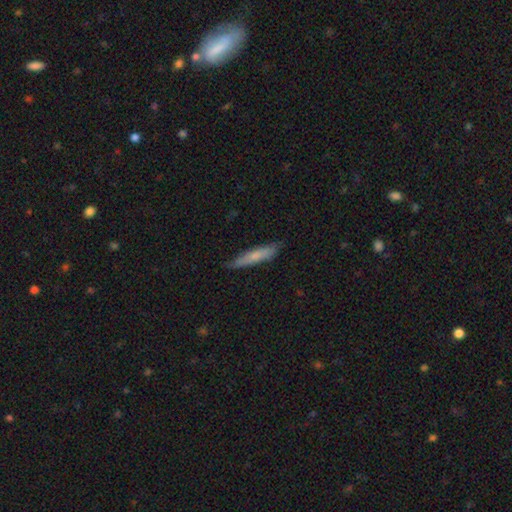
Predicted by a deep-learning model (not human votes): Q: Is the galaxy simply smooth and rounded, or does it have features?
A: smooth — 67%.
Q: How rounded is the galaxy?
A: cigar-shaped — 89%.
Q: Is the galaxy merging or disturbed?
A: none — 81%.